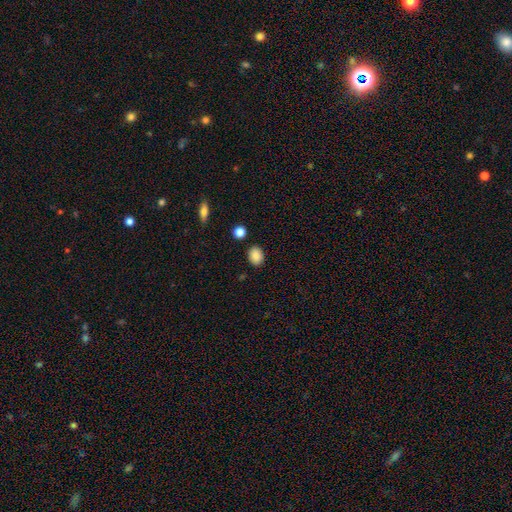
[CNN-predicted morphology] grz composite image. It shows a smooth galaxy with no disk features (87%) that is in between round and cigar-shaped (64%). Merging: none (86%).